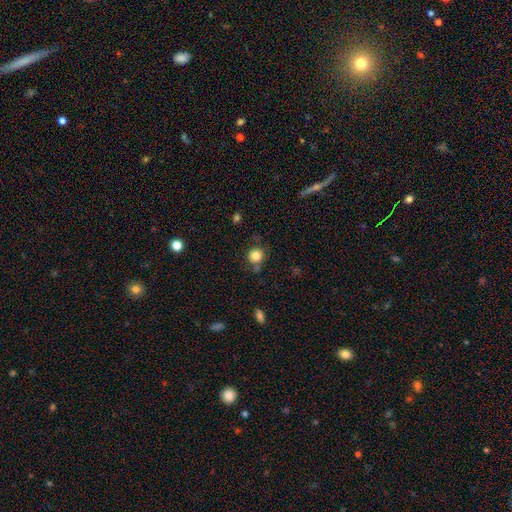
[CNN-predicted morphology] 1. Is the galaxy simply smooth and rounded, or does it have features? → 83% smooth, 11% star or artifact, 6% featured or disk.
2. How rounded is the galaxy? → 90% round, 9% in between, 1% cigar-shaped.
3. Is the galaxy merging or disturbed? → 75% none, 14% minor disturbance, 7% merger, 4% major disturbance.